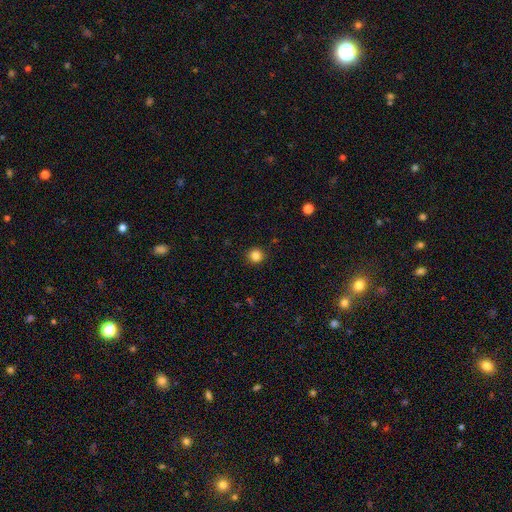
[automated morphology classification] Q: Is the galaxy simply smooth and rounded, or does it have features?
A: smooth — 84%.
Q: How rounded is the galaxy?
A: round — 94%.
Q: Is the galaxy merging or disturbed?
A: none — 91%.